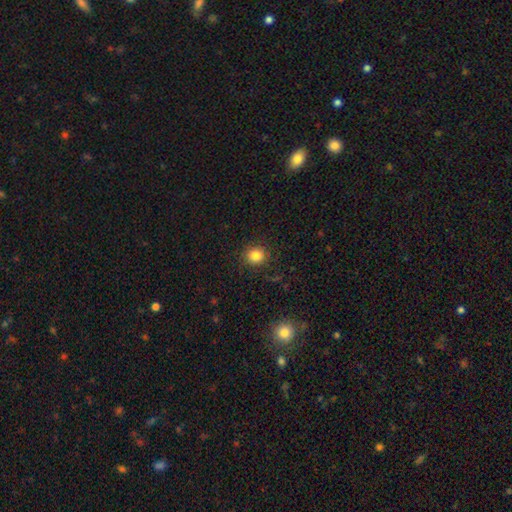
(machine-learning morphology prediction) A smooth galaxy with no disk features (84%) that is round (82%). Merging: none (87%).